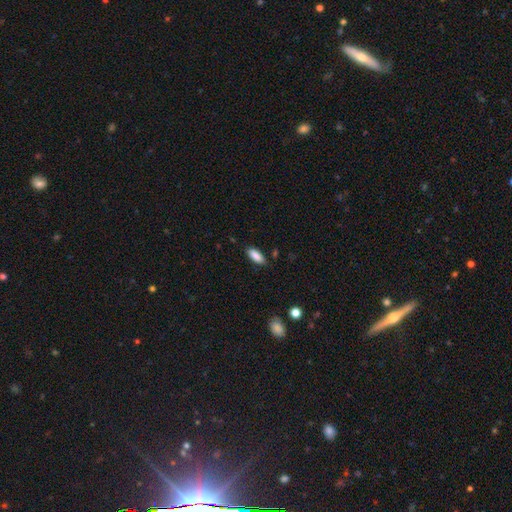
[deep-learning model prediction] Morphology: type=smooth (88%); roundness=in between (78%); merging=none (83%).